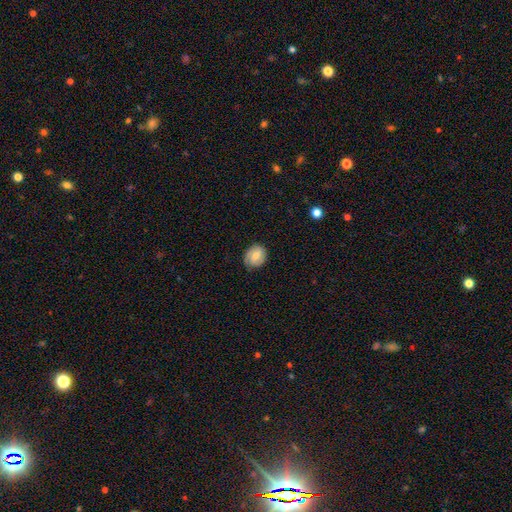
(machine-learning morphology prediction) smooth 57%, featured or disk 36%, star or artifact 8%. Down the decision tree: how rounded — round (64%); merging — none (77%).